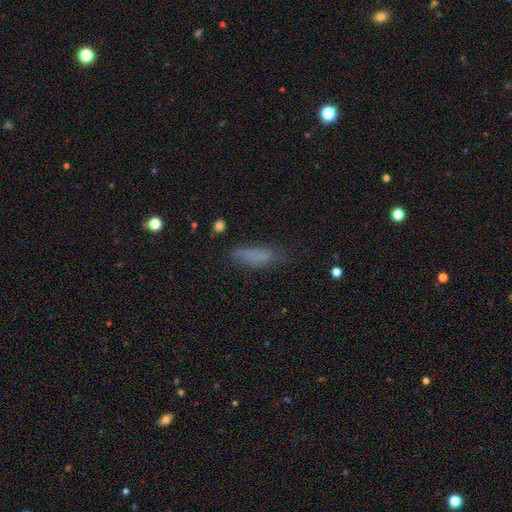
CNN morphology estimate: Q: Smooth or featured?
A: smooth (76%); runner-up: featured or disk (12%)
Q: How rounded?
A: cigar-shaped (57%); runner-up: in between (40%)
Q: Merging?
A: none (65%); runner-up: minor disturbance (23%)